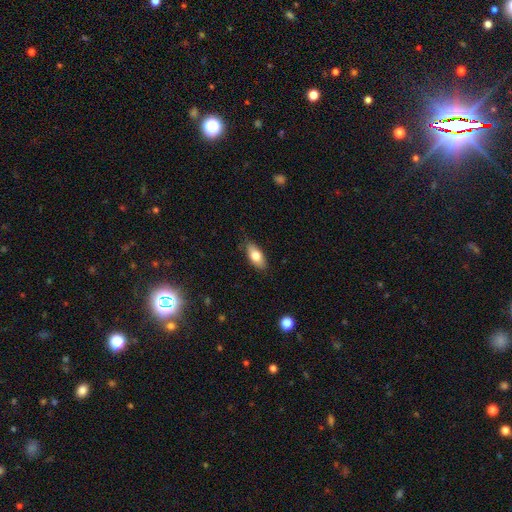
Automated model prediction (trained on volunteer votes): This appears to be a smooth galaxy with no disk features (77%) that is in between round and cigar-shaped (86%). Merging: none (82%).